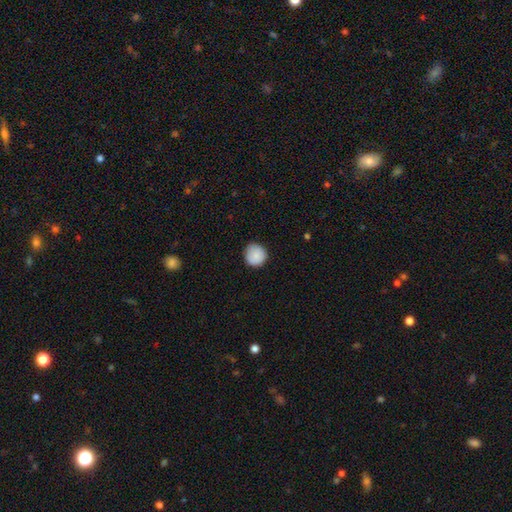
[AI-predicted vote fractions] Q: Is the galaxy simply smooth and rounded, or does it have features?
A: smooth — 86%.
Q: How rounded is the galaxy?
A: round — 93%.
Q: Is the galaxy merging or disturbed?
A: none — 84%.